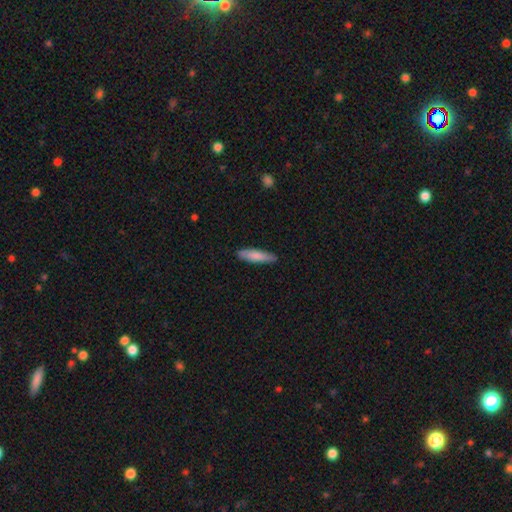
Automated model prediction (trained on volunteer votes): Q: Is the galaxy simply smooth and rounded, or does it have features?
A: smooth — 80%.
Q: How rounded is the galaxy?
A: cigar-shaped — 78%.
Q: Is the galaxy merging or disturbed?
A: none — 86%.